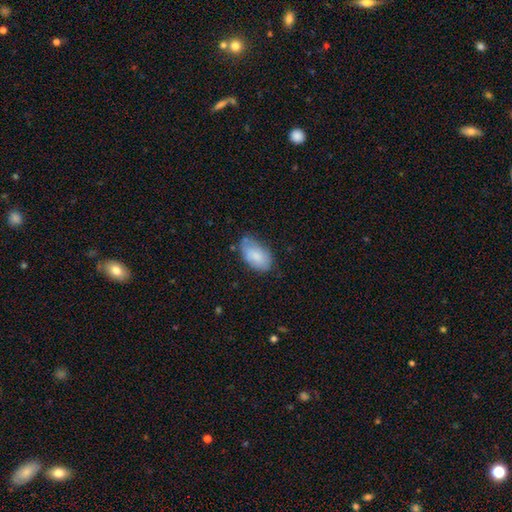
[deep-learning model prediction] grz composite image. It shows a smooth galaxy with no disk features (79%) that is in between round and cigar-shaped (94%). Merging: none (60%).